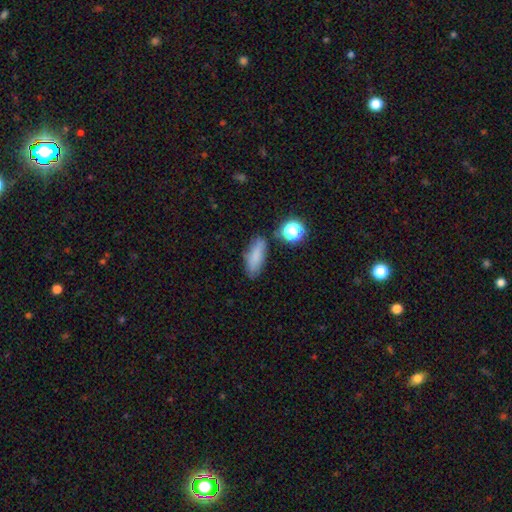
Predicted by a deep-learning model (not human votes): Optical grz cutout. It shows a smooth galaxy with no disk features (80%) that is in between round and cigar-shaped (65%). Merging: none (72%).